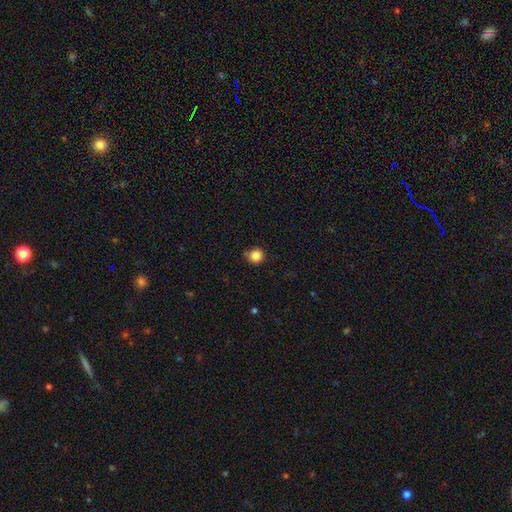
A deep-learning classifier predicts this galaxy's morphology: type=smooth (85%); roundness=round (94%); merging=none (83%).